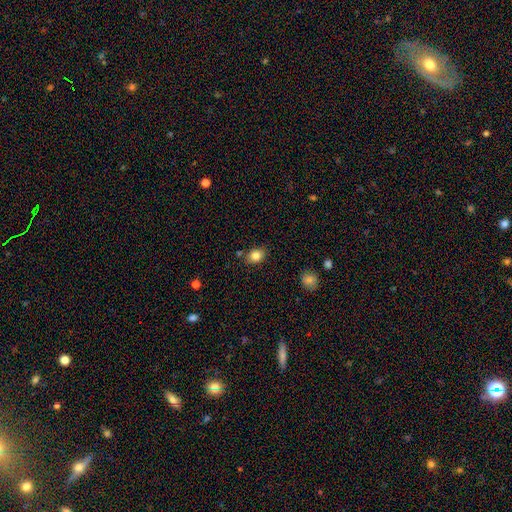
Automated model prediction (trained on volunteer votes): Smooth or featured? Predicted: smooth (p=0.83). How rounded? Predicted: in between (p=0.58). Merging? Predicted: none (p=0.82).